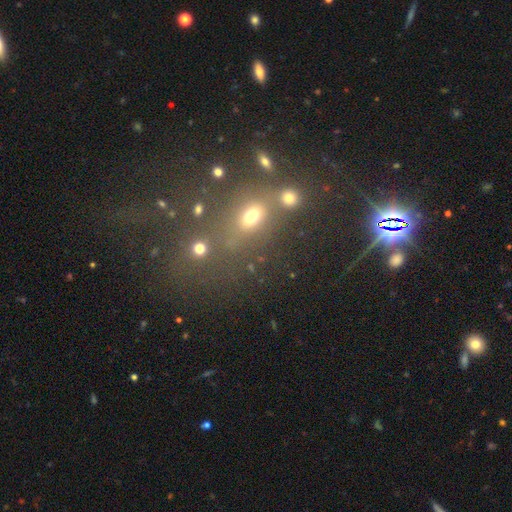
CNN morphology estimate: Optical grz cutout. It shows a star or artifact, not a galaxy (45%).